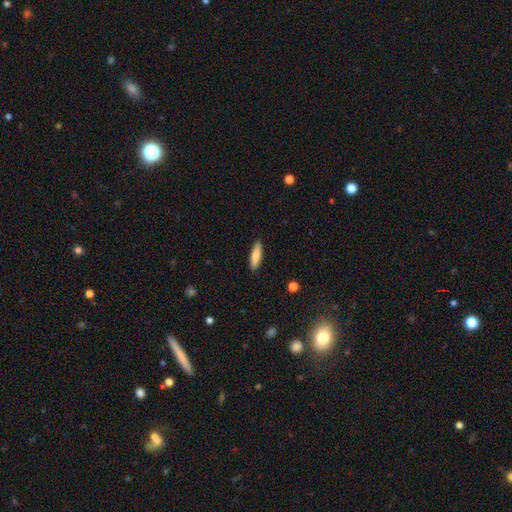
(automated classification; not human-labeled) smooth 80%, featured or disk 14%, star or artifact 6%. Down the decision tree: how rounded — cigar-shaped (61%); merging — none (89%).